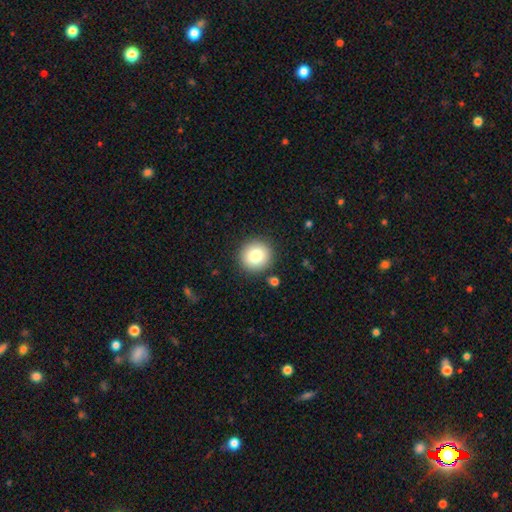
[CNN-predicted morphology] smooth-or-featured: smooth: 81% | star or artifact: 10% | featured or disk: 9%
  how-rounded: round: 93% | in between: 6% | cigar-shaped: 1%
  merging: none: 90% | minor disturbance: 6% | merger: 2% | major disturbance: 2%